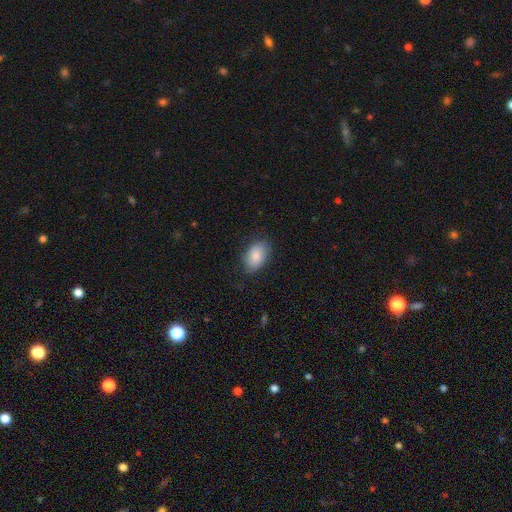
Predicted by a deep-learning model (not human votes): The model was most divided on "merging": none: 79%, minor disturbance: 16%, major disturbance: 4%, merger: 1%. More confident: how rounded — in between (90%); smooth or featured — smooth (85%).